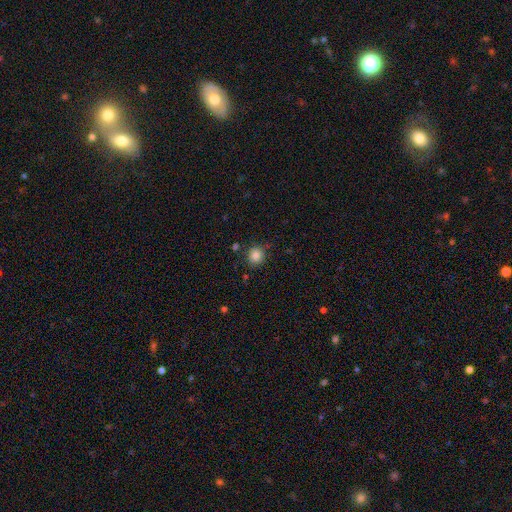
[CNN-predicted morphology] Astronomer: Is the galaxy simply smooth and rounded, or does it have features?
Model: smooth — 85%.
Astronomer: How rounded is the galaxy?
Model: round — 86%.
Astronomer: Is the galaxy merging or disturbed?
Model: none — 84%.